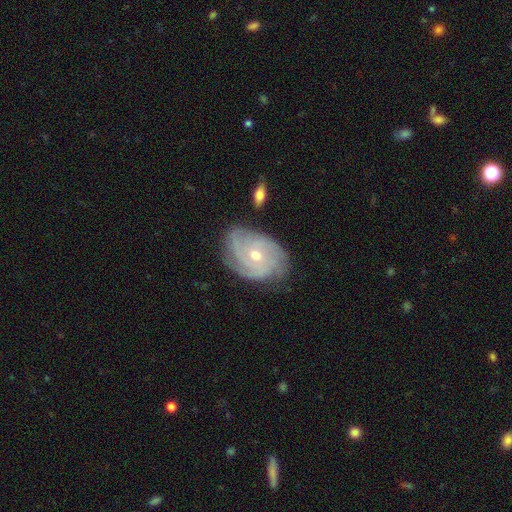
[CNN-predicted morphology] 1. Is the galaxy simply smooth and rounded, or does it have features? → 83% featured or disk, 11% smooth, 6% star or artifact.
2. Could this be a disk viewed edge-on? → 97% no, 3% yes.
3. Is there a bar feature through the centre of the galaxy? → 72% no, 25% weak, 4% strong.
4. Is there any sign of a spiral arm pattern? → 95% yes, 5% no.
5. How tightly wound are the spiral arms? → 66% tight, 27% medium, 7% loose.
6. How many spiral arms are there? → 29% can't tell, 28% 3, 20% 4, 12% 2, 6% more than 4, 6% 1.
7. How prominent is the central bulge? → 56% moderate, 40% small, 2% large, 1% none, 1% dominant.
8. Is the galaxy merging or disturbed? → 72% none, 20% minor disturbance, 6% major disturbance, 2% merger.